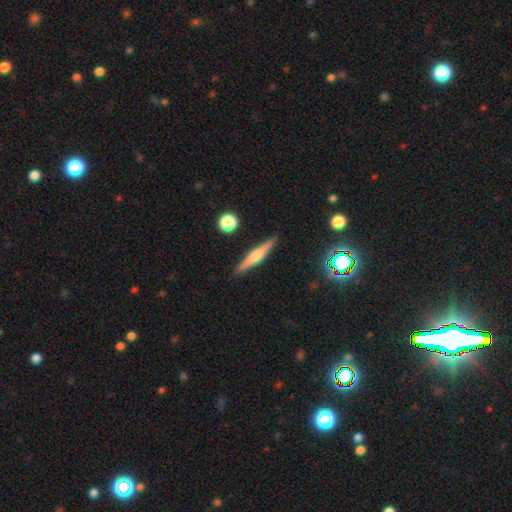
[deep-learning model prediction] A featured or disk galaxy (57%) viewed edge-on (97%) with a rounded central bulge (75%).

Vote fractions:
- Smooth or featured? featured or disk: 57% / smooth: 35% / star or artifact: 8%
- Edge-on disk? yes: 97% / no: 3%
- Edge-on bulge? rounded: 75% / boxy: 14% / none: 12%
- Merging? none: 90% / minor disturbance: 7% / major disturbance: 2% / merger: 2%